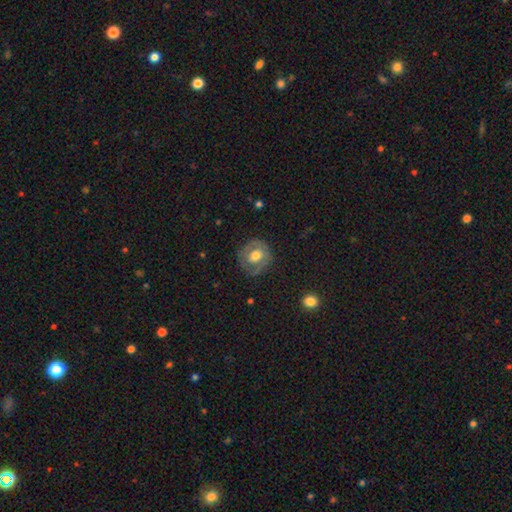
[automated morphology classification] Overall: featured or disk (50%; smooth 43%). Edge-on disk: no (96%). Merging: none (75%).